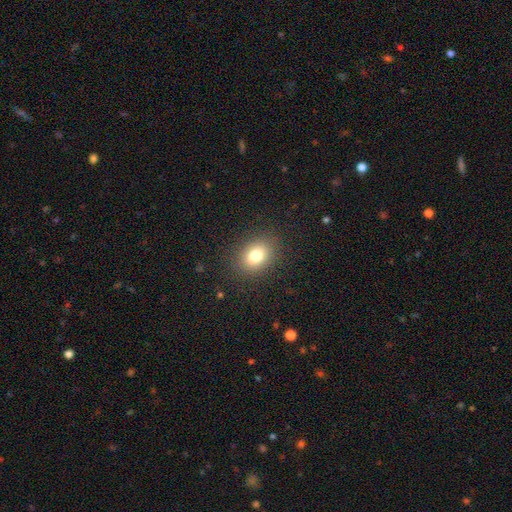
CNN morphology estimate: Smooth or featured?
  - smooth: 79% *
  - star or artifact: 12%
  - featured or disk: 9%
How rounded?
  - in between: 61% *
  - round: 38%
  - cigar-shaped: 1%
Merging?
  - none: 87% *
  - minor disturbance: 9%
  - major disturbance: 4%
  - merger: 1%